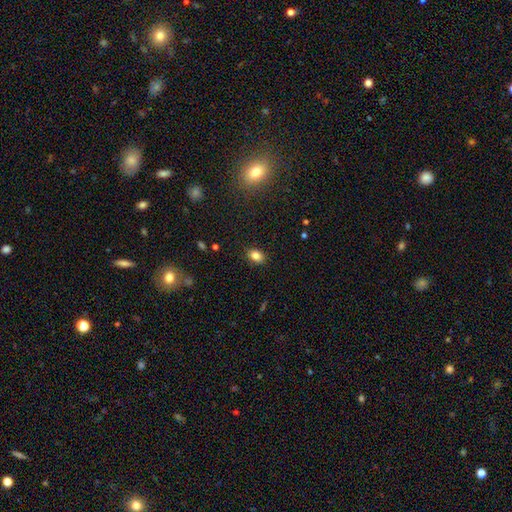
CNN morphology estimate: Smooth or featured: smooth — 82% (star or artifact — 11%)
How rounded: in between — 74% (round — 25%)
Merging: none — 86% (minor disturbance — 10%)